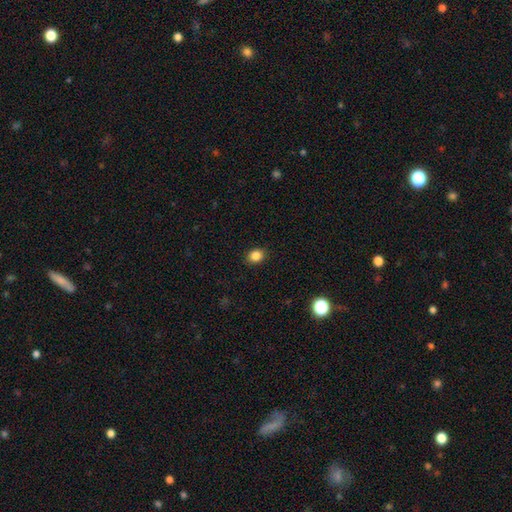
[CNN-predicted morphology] Overall: smooth (85%). How rounded: round (59%; in between 40%). Merging: none (90%).